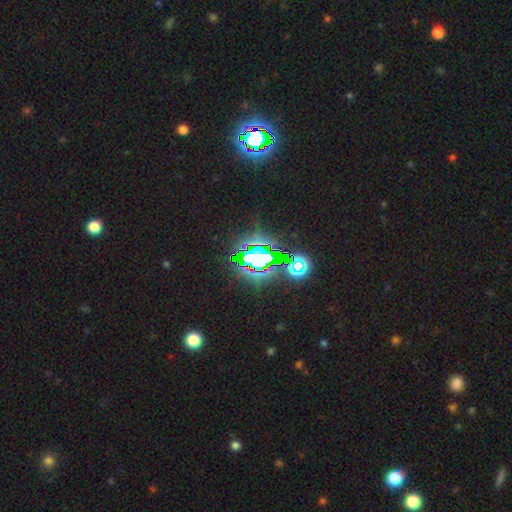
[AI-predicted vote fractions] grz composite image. It shows a star or artifact, not a galaxy (72%).